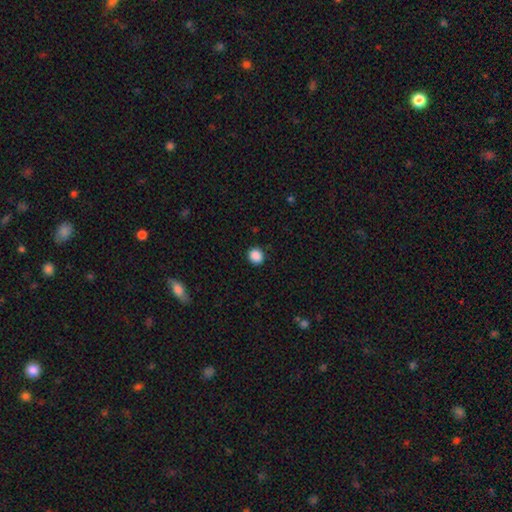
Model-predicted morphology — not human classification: Smooth or featured: smooth — 88% (star or artifact — 9%)
How rounded: round — 81% (in between — 18%)
Merging: none — 90% (minor disturbance — 7%)